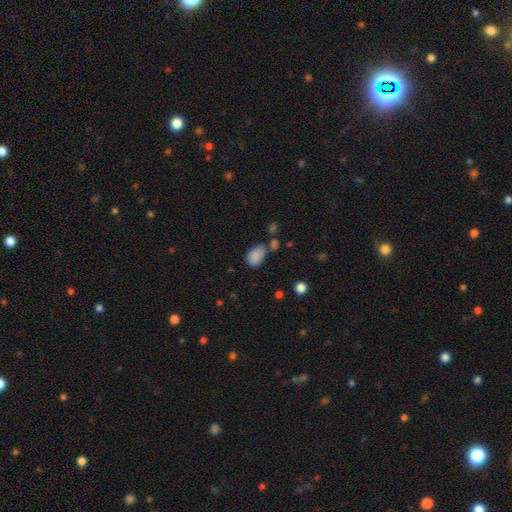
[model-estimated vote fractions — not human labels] This appears to be a smooth galaxy with no disk features (86%) that is in between round and cigar-shaped (89%). Merging: none (59%).